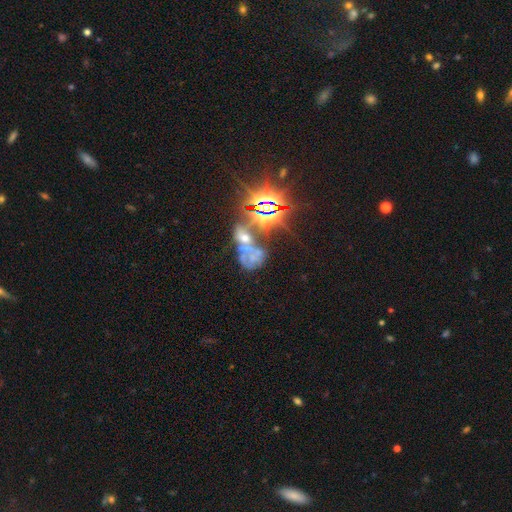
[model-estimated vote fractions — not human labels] A featured or disk galaxy (40%). Merging: merger (46%).